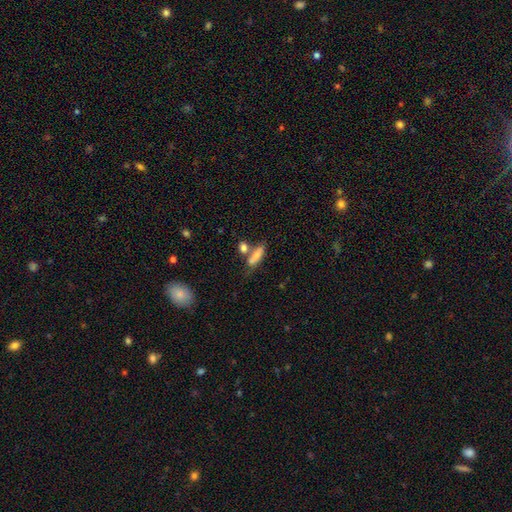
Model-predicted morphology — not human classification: A smooth galaxy with no disk features (75%) that is in between round and cigar-shaped (55%).

Vote fractions:
- Smooth or featured? smooth: 75% / featured or disk: 16% / star or artifact: 9%
- How rounded? in between: 55% / cigar-shaped: 39% / round: 6%
- Merging? none: 44% / merger: 32% / minor disturbance: 16% / major disturbance: 8%